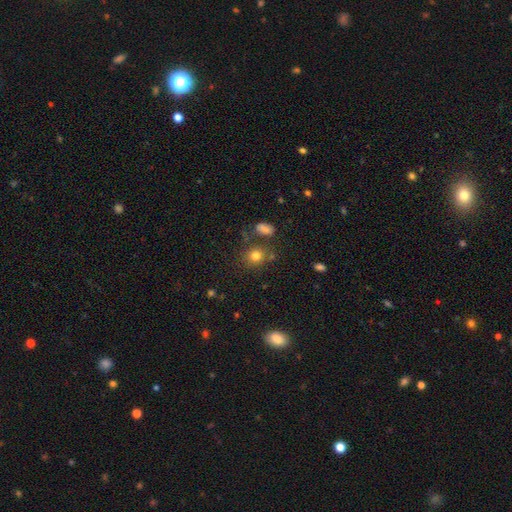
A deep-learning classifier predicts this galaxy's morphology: This is likely a smooth galaxy (79%). How rounded: likely round (78%). Merging: likely none (76%).